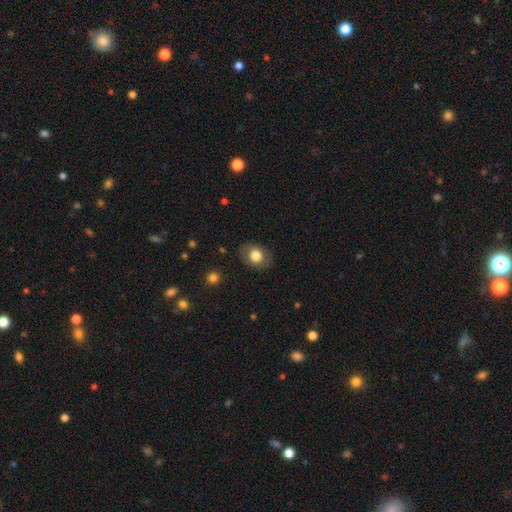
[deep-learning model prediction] Smooth or featured? Predicted: smooth (p=0.73). How rounded? Predicted: in between (p=0.68). Merging? Predicted: none (p=0.82).